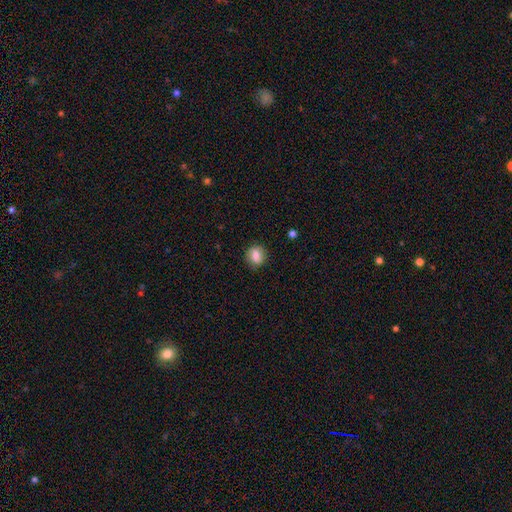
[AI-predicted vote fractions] Q: Smooth or featured?
A: smooth (82%); runner-up: featured or disk (9%)
Q: How rounded?
A: round (65%); runner-up: in between (34%)
Q: Merging?
A: none (84%); runner-up: minor disturbance (12%)